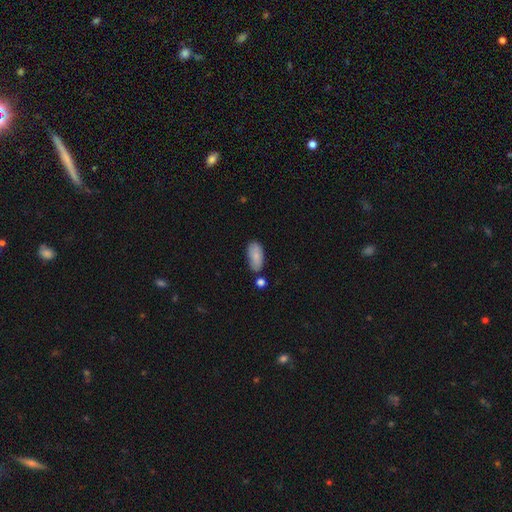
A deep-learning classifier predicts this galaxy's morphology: A smooth galaxy with no disk features (83%) that is in between round and cigar-shaped (91%).

Vote fractions:
- Smooth or featured? smooth: 83% / featured or disk: 10% / star or artifact: 7%
- How rounded? in between: 91% / cigar-shaped: 7% / round: 3%
- Merging? none: 70% / minor disturbance: 18% / merger: 8% / major disturbance: 4%